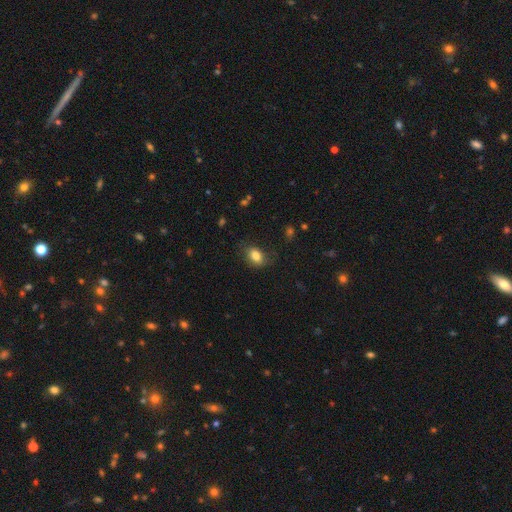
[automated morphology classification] The model was most divided on "merging": none: 77%, minor disturbance: 17%, major disturbance: 5%, merger: 1%. More confident: smooth or featured — smooth (83%); how rounded — in between (82%).